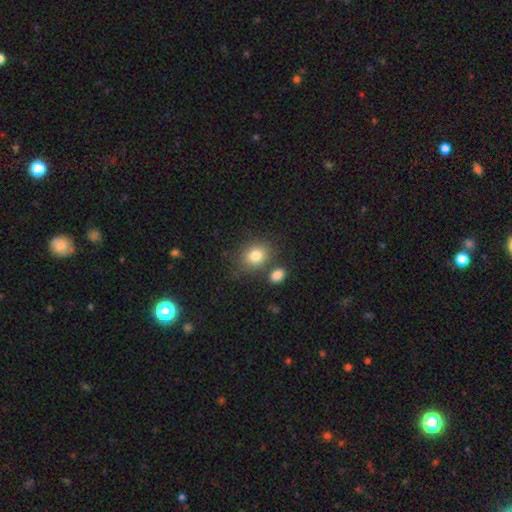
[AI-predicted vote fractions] smooth 81%, star or artifact 10%, featured or disk 9%. Down the decision tree: how rounded — round (55%); merging — none (67%).